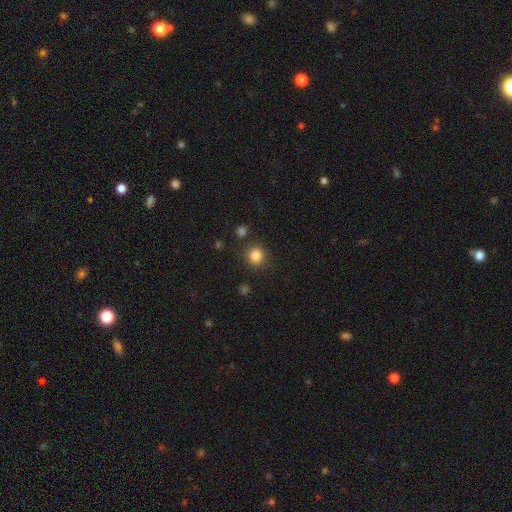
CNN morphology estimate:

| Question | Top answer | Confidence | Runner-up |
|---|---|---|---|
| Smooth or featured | smooth | 84% | star or artifact (12%) |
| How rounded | round | 88% | in between (11%) |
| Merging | none | 85% | minor disturbance (8%) |